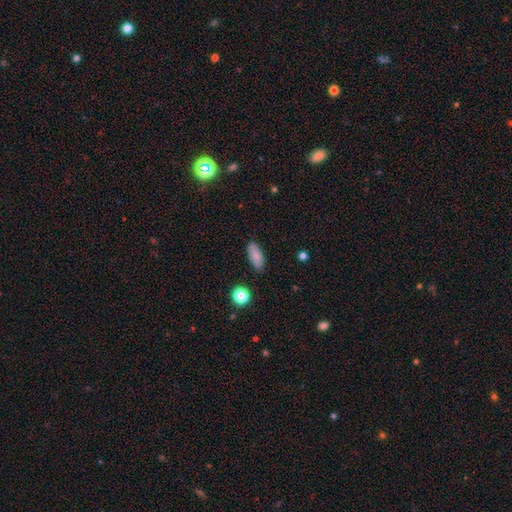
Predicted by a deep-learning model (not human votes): Q: Smooth or featured?
A: smooth (82%); runner-up: featured or disk (9%)
Q: How rounded?
A: in between (83%); runner-up: cigar-shaped (14%)
Q: Merging?
A: none (85%); runner-up: minor disturbance (11%)